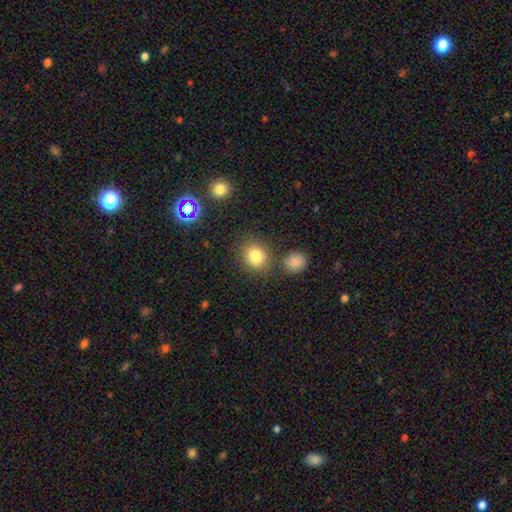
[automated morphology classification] smooth_or_featured: smooth (p=0.81) [alt: star or artifact p=0.12]
how_rounded: round (p=0.68) [alt: in between p=0.31]
merging: none (p=0.75) [alt: minor disturbance p=0.11]